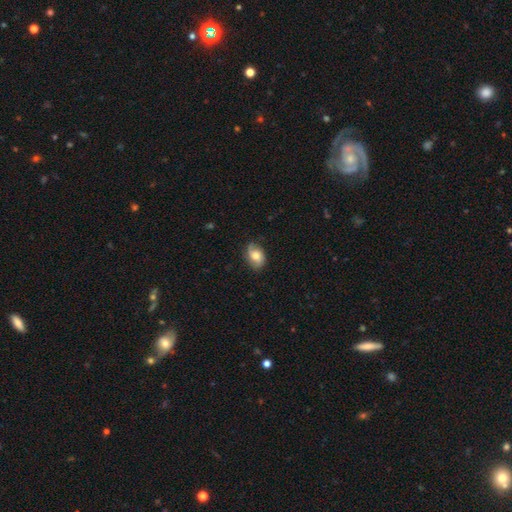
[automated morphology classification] Overall: smooth (52%; featured or disk 40%). How rounded: in between (76%). Merging: none (73%).